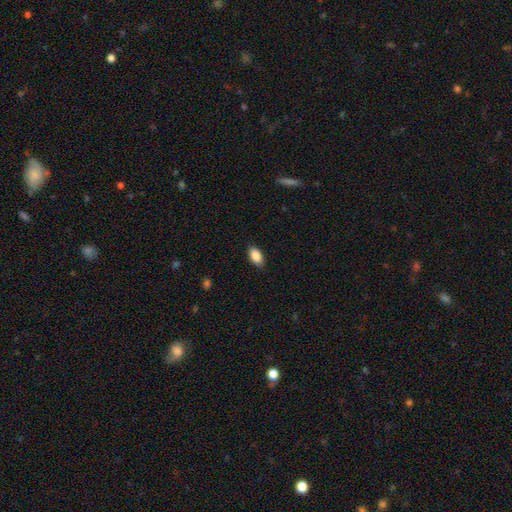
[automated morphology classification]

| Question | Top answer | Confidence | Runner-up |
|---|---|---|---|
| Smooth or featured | smooth | 88% | star or artifact (7%) |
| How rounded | in between | 93% | round (4%) |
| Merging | none | 88% | minor disturbance (9%) |